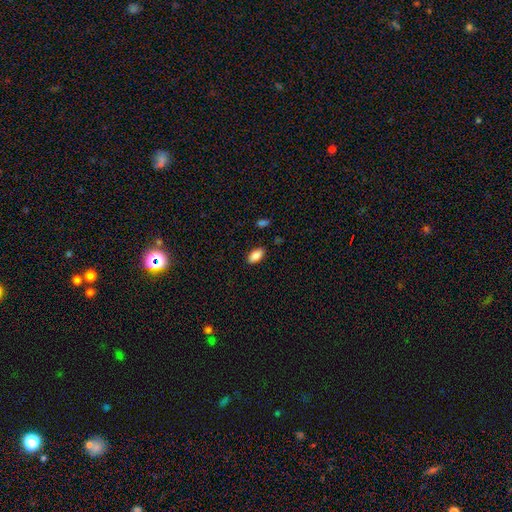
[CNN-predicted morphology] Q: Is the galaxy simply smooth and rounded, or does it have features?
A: smooth — 88%.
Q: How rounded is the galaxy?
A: in between — 92%.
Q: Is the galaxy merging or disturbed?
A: none — 87%.